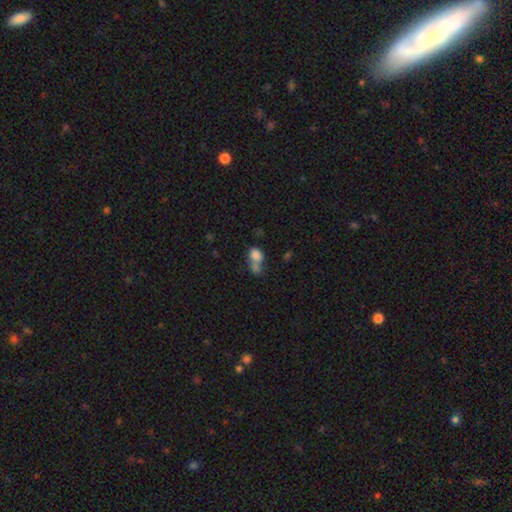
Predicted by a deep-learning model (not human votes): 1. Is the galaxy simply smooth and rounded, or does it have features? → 78% smooth, 11% featured or disk, 11% star or artifact.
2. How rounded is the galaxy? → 62% in between, 36% round, 2% cigar-shaped.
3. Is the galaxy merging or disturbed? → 58% merger, 23% none, 11% minor disturbance, 8% major disturbance.